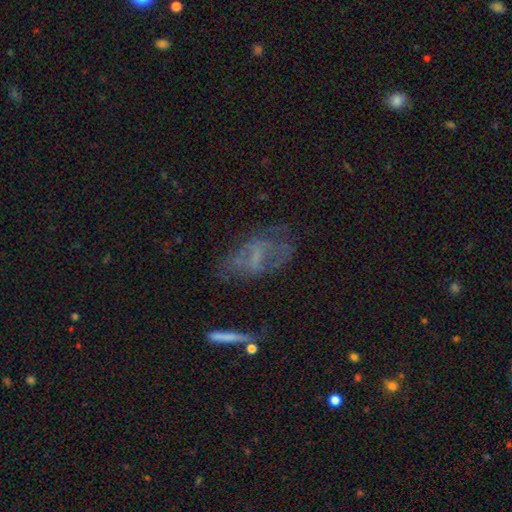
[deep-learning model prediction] A featured or disk galaxy (52%).

Vote fractions:
- Smooth or featured? featured or disk: 52% / smooth: 32% / star or artifact: 15%
- Edge-on disk? no: 91% / yes: 9%
- Merging? none: 48% / major disturbance: 25% / minor disturbance: 23% / merger: 5%